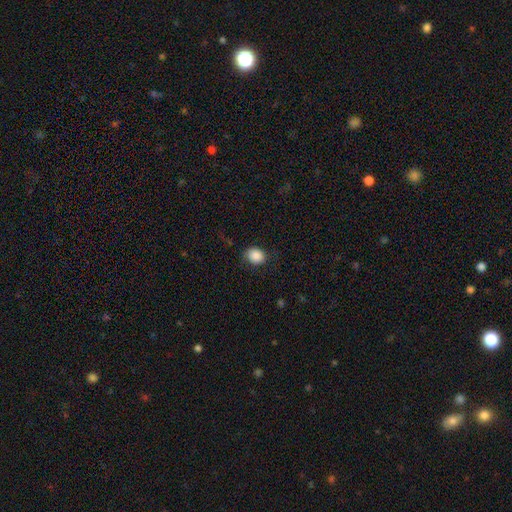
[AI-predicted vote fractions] Q: Smooth or featured?
A: smooth (88%); runner-up: star or artifact (8%)
Q: How rounded?
A: round (59%); runner-up: in between (40%)
Q: Merging?
A: none (78%); runner-up: minor disturbance (16%)